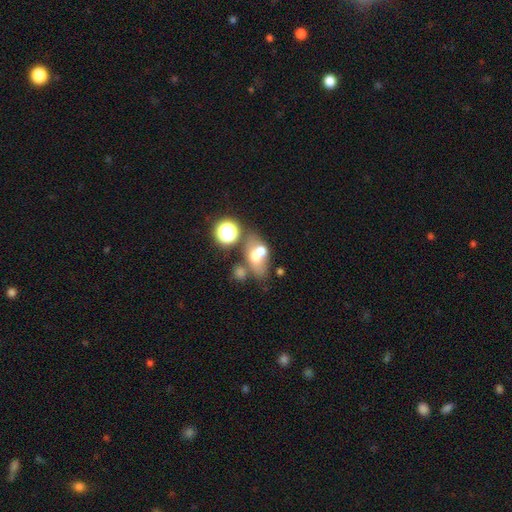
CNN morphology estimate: This appears to be a smooth galaxy with no disk features (54%) that is in between round and cigar-shaped (66%). Merging: merger (42%).